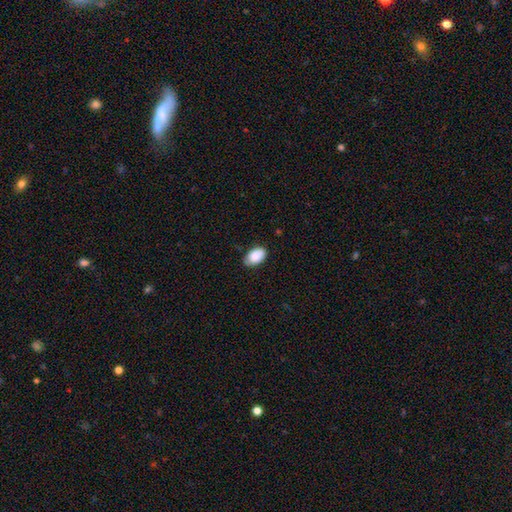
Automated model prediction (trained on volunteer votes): smooth-or-featured: smooth: 89% | star or artifact: 7% | featured or disk: 4%
  how-rounded: in between: 92% | round: 7% | cigar-shaped: 1%
  merging: none: 74% | minor disturbance: 21% | major disturbance: 3% | merger: 1%